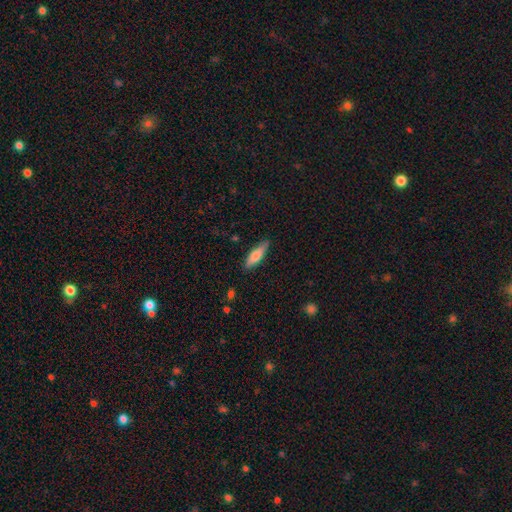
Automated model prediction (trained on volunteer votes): Morphology: type=smooth (72%); roundness=cigar-shaped (57%); merging=none (84%).